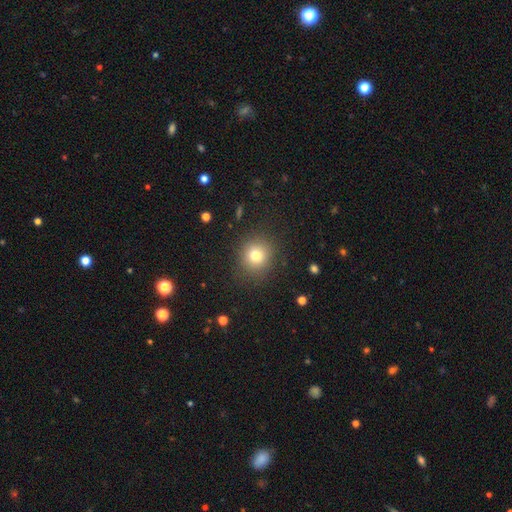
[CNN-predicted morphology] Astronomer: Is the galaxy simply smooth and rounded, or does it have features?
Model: smooth — 77%.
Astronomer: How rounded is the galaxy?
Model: round — 86%.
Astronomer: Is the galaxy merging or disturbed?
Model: none — 87%.